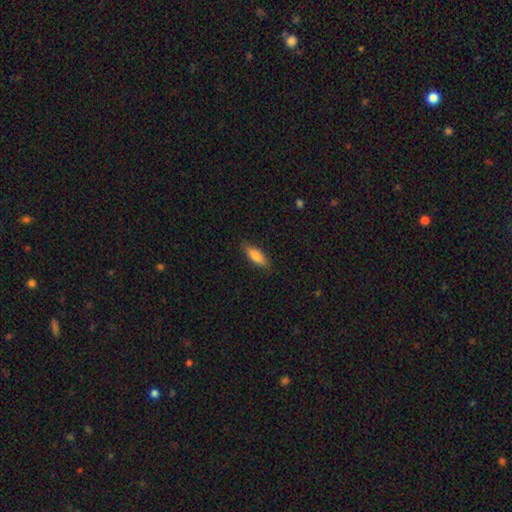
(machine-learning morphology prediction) A smooth galaxy with no disk features (83%) that is in between round and cigar-shaped (66%). Merging: none (83%).